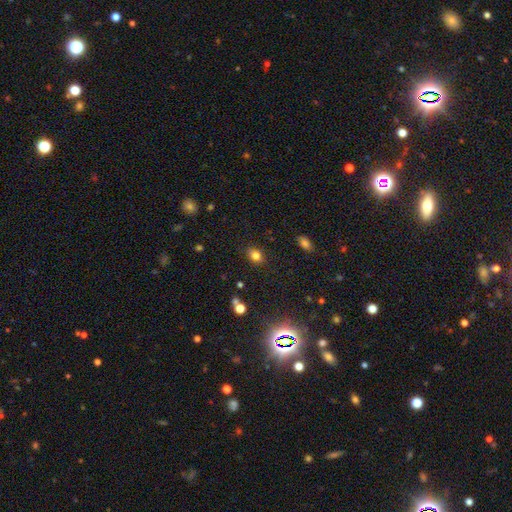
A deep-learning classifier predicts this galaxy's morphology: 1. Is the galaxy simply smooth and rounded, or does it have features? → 80% smooth, 12% star or artifact, 7% featured or disk.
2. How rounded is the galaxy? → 62% in between, 37% round, 1% cigar-shaped.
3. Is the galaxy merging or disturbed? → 86% none, 10% minor disturbance, 3% major disturbance, 2% merger.